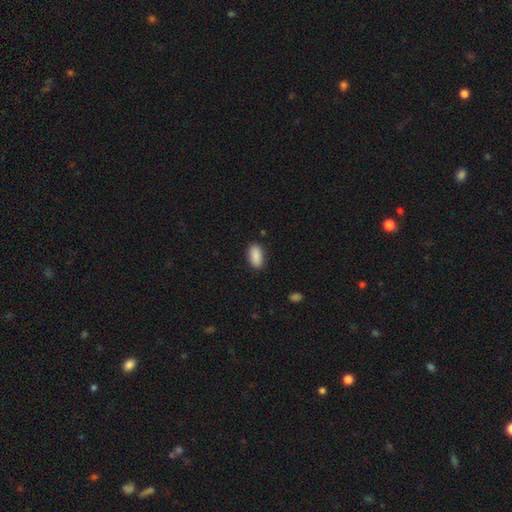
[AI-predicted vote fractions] Overall: smooth (89%). How rounded: in between (92%). Merging: none (87%).